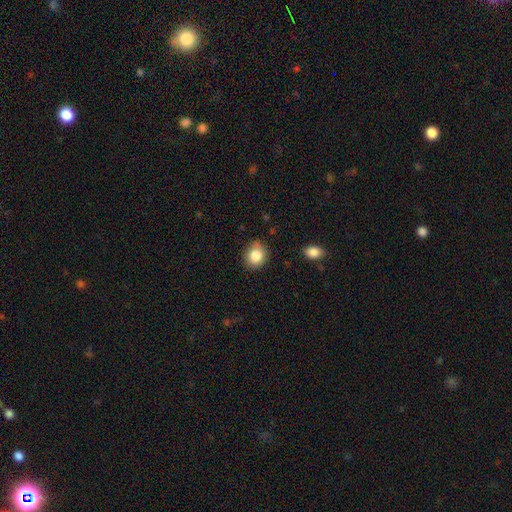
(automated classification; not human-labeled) Smooth or featured? Predicted: smooth (p=0.84). How rounded? Predicted: round (p=0.70). Merging? Predicted: none (p=0.81).